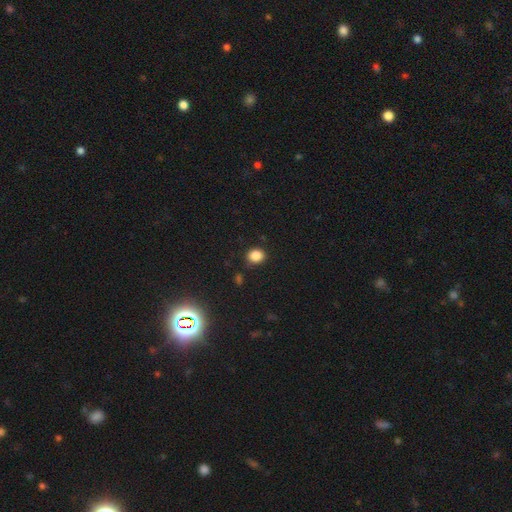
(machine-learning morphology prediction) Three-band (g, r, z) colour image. It shows a smooth galaxy with no disk features (84%) that is round (65%). Merging: none (83%).